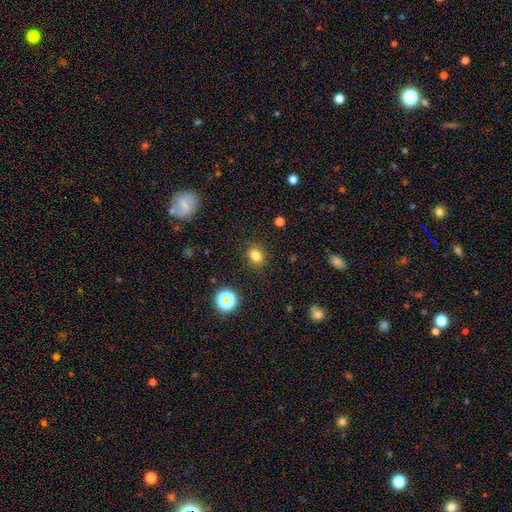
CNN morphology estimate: Overall: smooth (79%). How rounded: round (60%; in between 39%). Merging: none (87%).